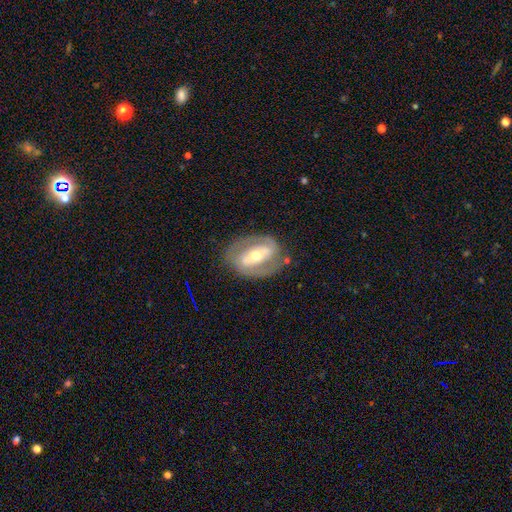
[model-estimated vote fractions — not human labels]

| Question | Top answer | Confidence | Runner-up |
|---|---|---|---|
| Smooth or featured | featured or disk | 80% | smooth (15%) |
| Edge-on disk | no | 94% | yes (6%) |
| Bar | strong | 57% | weak (25%) |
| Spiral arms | yes | 73% | no (27%) |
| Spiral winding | tight | 44% | medium (40%) |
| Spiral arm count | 2 | 81% | can't tell (12%) |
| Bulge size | moderate | 59% | small (35%) |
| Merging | none | 76% | minor disturbance (15%) |